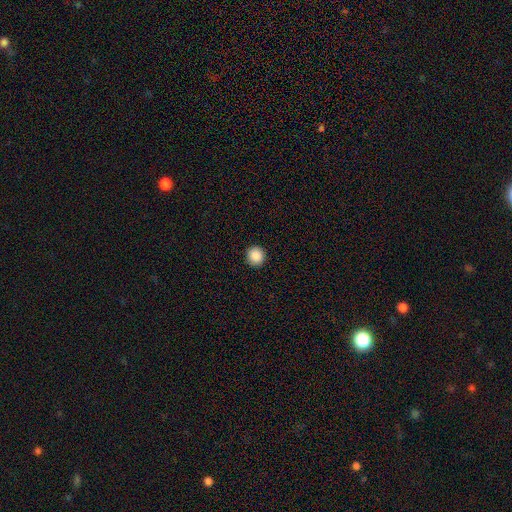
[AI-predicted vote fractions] A smooth galaxy with no disk features (87%) that is round (94%). Merging: none (93%).